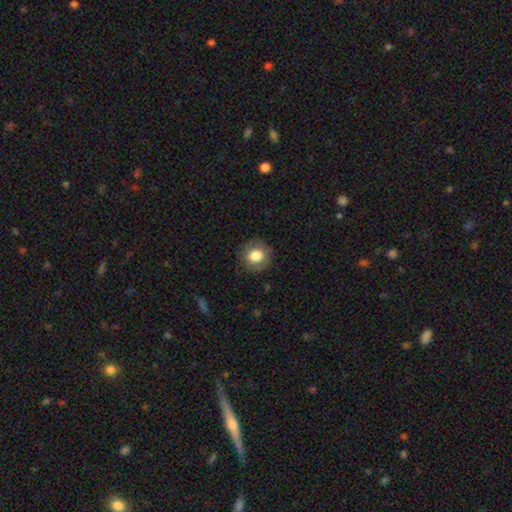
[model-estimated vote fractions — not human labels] Q: Smooth or featured?
A: smooth (81%); runner-up: featured or disk (10%)
Q: How rounded?
A: round (86%); runner-up: in between (13%)
Q: Merging?
A: none (85%); runner-up: minor disturbance (10%)